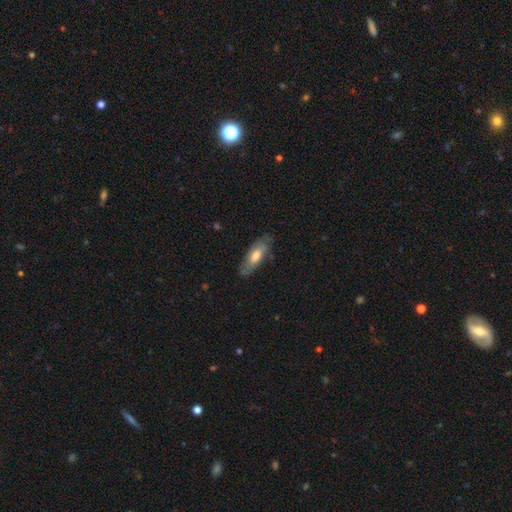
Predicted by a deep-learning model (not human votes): A smooth galaxy with no disk features (52%) that is in between round and cigar-shaped (65%). Merging: none (72%).